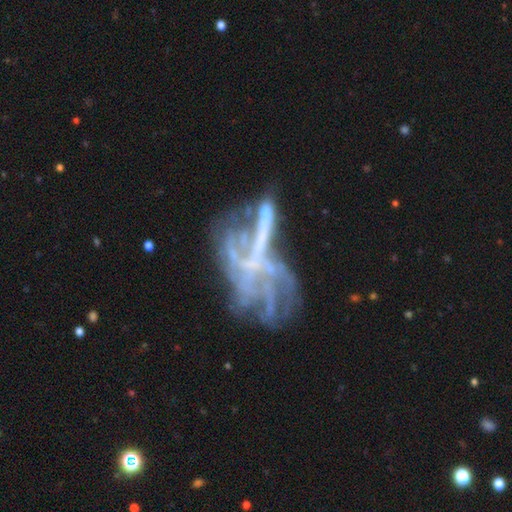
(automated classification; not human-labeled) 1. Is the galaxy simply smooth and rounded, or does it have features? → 71% featured or disk, 17% star or artifact, 12% smooth.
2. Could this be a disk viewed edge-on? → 92% no, 8% yes.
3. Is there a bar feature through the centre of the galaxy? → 70% no, 17% weak, 13% strong.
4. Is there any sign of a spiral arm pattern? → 60% no, 40% yes.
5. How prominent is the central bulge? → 74% none, 16% small, 7% moderate, 2% large, 1% dominant.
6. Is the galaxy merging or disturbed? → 40% major disturbance, 25% merger, 24% none, 12% minor disturbance.